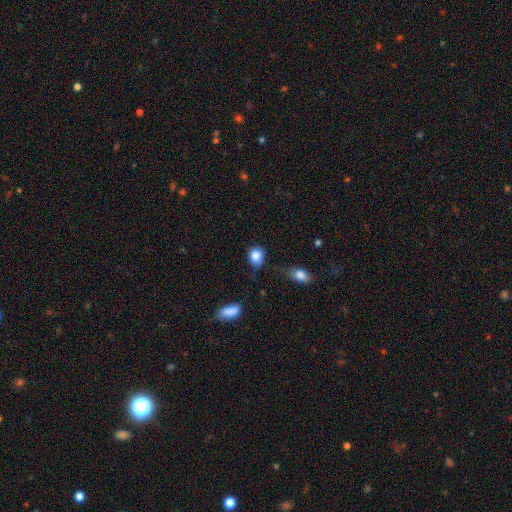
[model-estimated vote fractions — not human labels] smooth 85%, star or artifact 9%, featured or disk 6%. Down the decision tree: how rounded — round (57%); merging — none (56%).